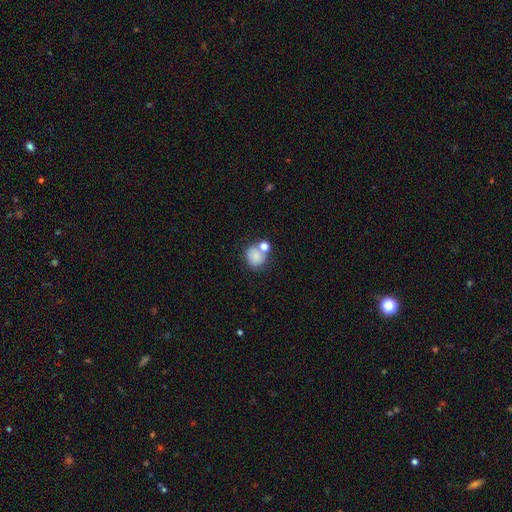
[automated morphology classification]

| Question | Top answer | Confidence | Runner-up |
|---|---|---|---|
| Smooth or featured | smooth | 78% | featured or disk (12%) |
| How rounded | round | 76% | in between (23%) |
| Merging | none | 50% | merger (30%) |